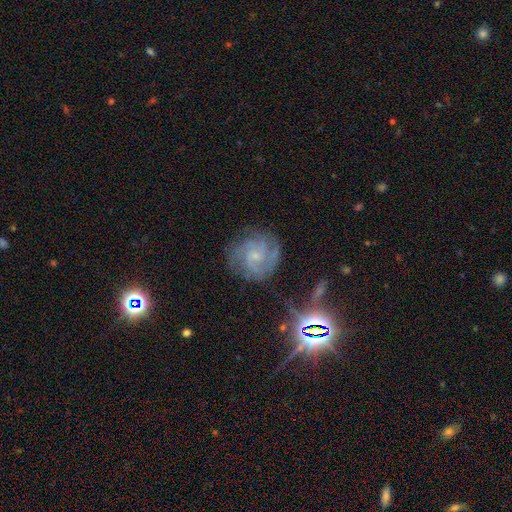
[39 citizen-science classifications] Morphology: type=featured or disk (87%); edge-on=no (100%); bar=no (68%); spiral arms=yes (100%); winding=tight (62%); arm count=3 (32%); bulge=small (85%); merging=none (81%).